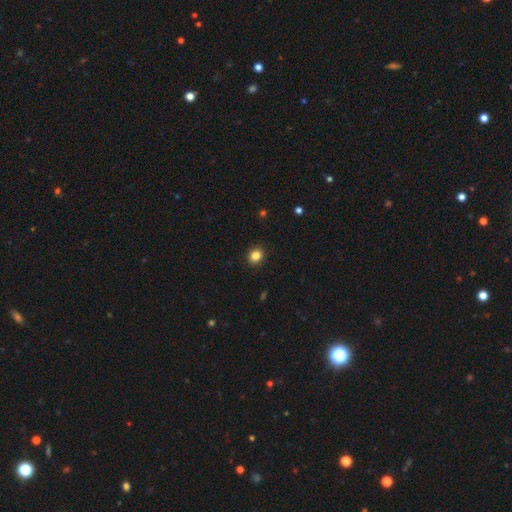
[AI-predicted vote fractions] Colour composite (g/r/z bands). It shows a smooth galaxy with no disk features (84%) that is round (75%). Merging: none (91%).